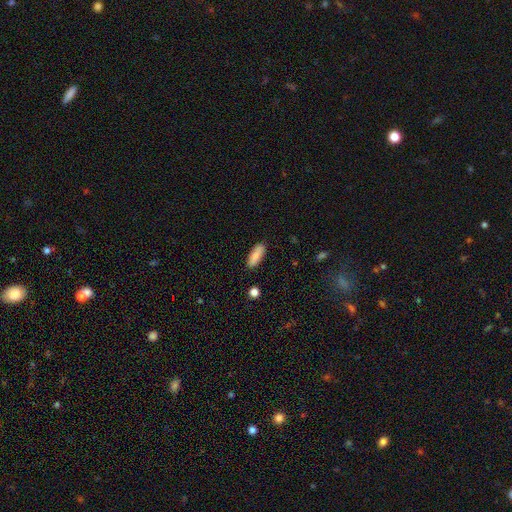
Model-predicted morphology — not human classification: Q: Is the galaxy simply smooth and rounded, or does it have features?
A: smooth — 87%.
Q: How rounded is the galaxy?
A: in between — 65%.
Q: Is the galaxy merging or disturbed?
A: none — 87%.